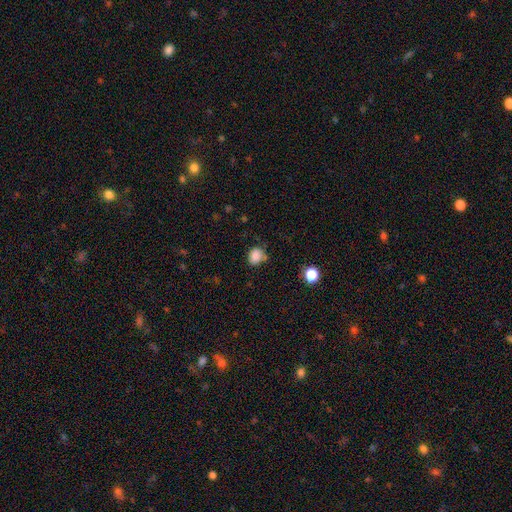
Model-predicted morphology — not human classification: smooth 84%, star or artifact 11%, featured or disk 5%. Down the decision tree: how rounded — round (60%); merging — none (67%).